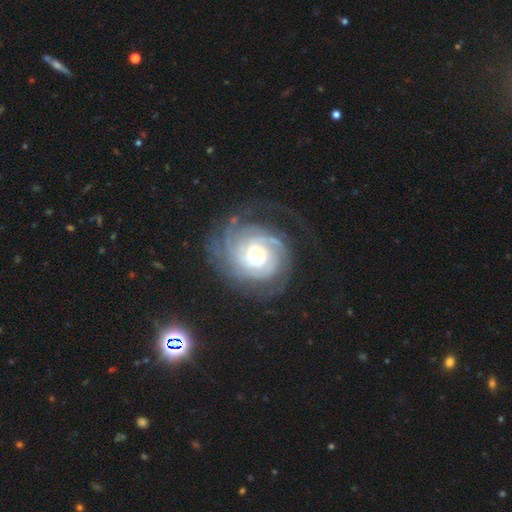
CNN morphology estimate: This is clearly a featured or disk galaxy (88%). It is clearly not viewed edge-on (98%). Bar: likely no (76%). Spiral arm pattern: clearly yes (97%). Spiral arm count: marginally can't tell (29%). Spiral winding: likely tight (75%). Central bulge: marginally moderate (42%). Merging: likely none (68%).